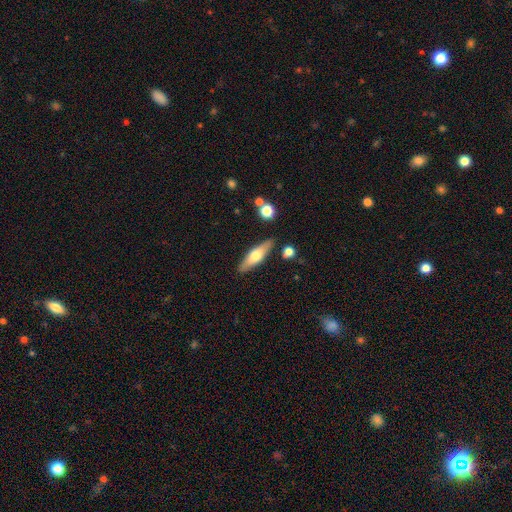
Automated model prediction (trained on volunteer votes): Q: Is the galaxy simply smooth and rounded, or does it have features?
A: smooth — 51%.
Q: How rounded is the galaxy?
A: cigar-shaped — 59%.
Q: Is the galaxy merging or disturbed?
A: none — 85%.